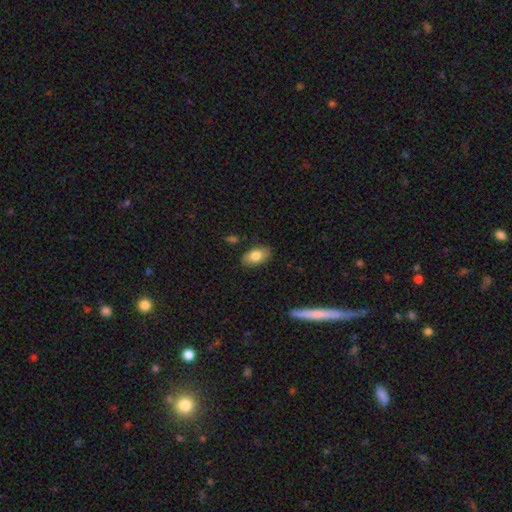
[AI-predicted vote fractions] Smooth or featured? smooth (79%)
How rounded? in between (92%)
Merging? none (85%)